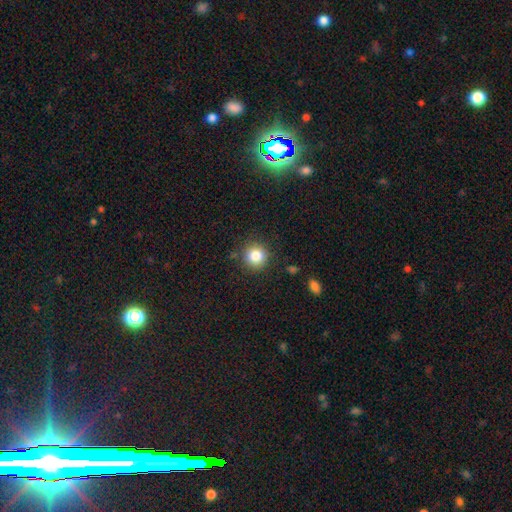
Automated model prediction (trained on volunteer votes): A smooth galaxy with no disk features (83%) that is round (93%).

Vote fractions:
- Smooth or featured? smooth: 83% / star or artifact: 11% / featured or disk: 6%
- How rounded? round: 93% / in between: 6% / cigar-shaped: 1%
- Merging? none: 88% / minor disturbance: 8% / major disturbance: 3% / merger: 2%